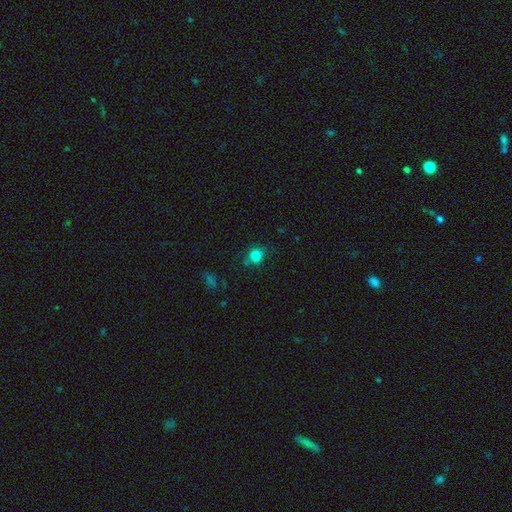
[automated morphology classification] This is clearly a smooth galaxy (83%). How rounded: likely round (77%). Merging: likely none (73%).